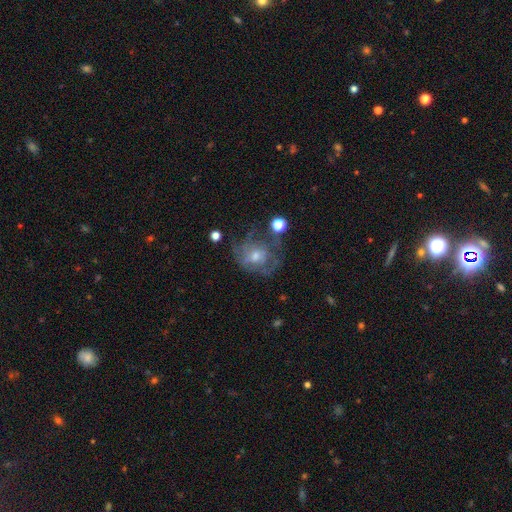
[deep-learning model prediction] Smooth or featured: featured or disk — 58% (smooth — 29%)
Edge-on disk: no — 97% (yes — 3%)
Bar: no — 75% (weak — 21%)
Spiral arms: yes — 57% (no — 43%)
Bulge size: moderate — 52% (small — 39%)
Merging: none — 49% (major disturbance — 24%)